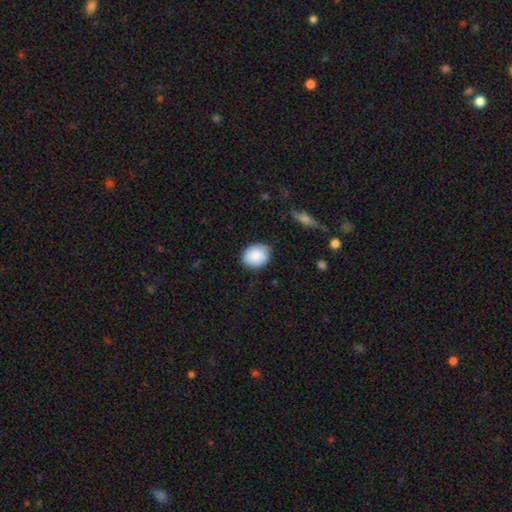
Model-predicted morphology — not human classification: Smooth or featured? Predicted: smooth (p=0.87). How rounded? Predicted: round (p=0.56). Merging? Predicted: none (p=0.77).